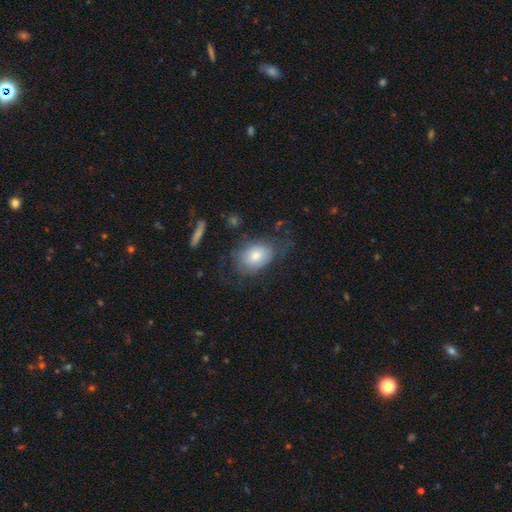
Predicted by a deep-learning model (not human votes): Smooth or featured: smooth — 69% (featured or disk — 24%)
How rounded: in between — 78% (round — 20%)
Merging: none — 50% (minor disturbance — 26%)